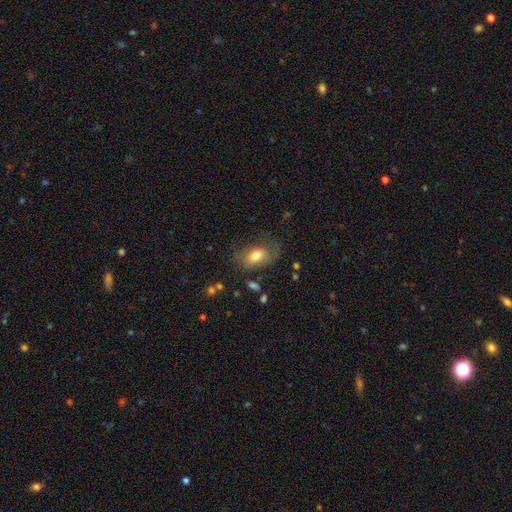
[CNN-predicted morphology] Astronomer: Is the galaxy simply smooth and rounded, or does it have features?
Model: smooth — 75%.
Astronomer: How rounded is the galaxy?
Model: in between — 85%.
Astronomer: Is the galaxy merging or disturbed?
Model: none — 57%.